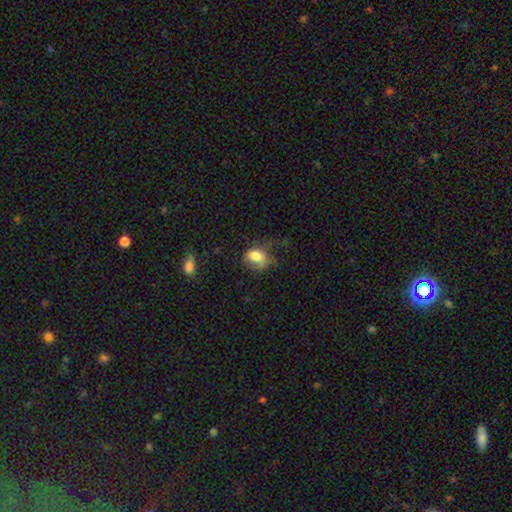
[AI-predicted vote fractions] Smooth or featured?
  - smooth: 73% *
  - featured or disk: 17%
  - star or artifact: 10%
How rounded?
  - in between: 67% *
  - round: 32%
  - cigar-shaped: 1%
Merging?
  - none: 36% *
  - minor disturbance: 30%
  - major disturbance: 30%
  - merger: 3%